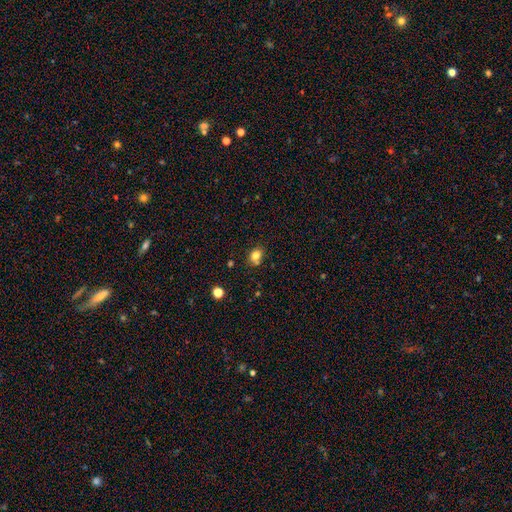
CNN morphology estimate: smooth 79%, star or artifact 13%, featured or disk 8%. Down the decision tree: how rounded — round (54%); merging — none (73%).